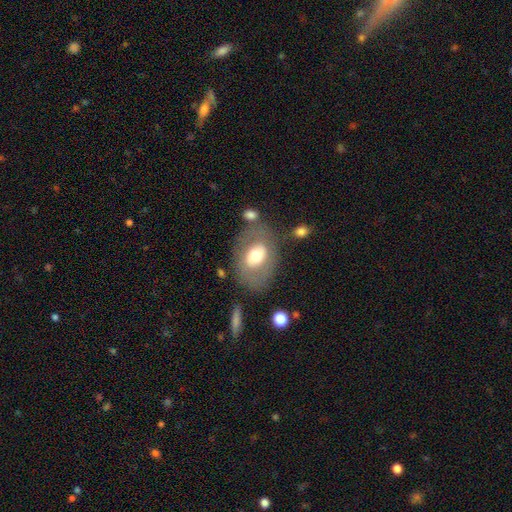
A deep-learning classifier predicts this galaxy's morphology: smooth_or_featured: smooth (p=0.54) [alt: featured or disk p=0.38]
how_rounded: in between (p=0.75) [alt: round p=0.24]
merging: none (p=0.69) [alt: minor disturbance p=0.16]